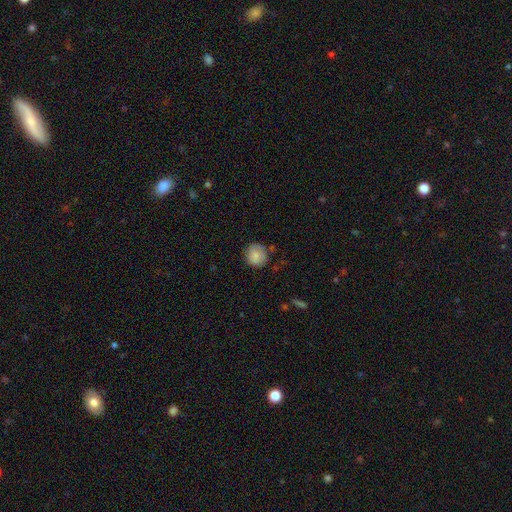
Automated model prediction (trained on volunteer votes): Q: Smooth or featured?
A: smooth (79%); runner-up: featured or disk (14%)
Q: How rounded?
A: round (88%); runner-up: in between (11%)
Q: Merging?
A: none (73%); runner-up: minor disturbance (20%)